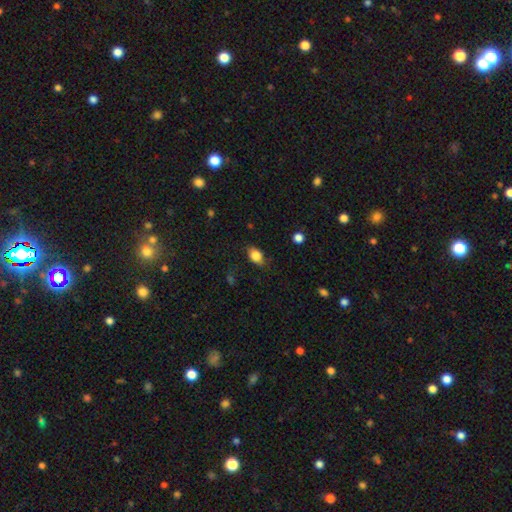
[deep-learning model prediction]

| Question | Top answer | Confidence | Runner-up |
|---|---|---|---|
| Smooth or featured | smooth | 84% | star or artifact (9%) |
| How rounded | in between | 78% | round (20%) |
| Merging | none | 73% | minor disturbance (20%) |